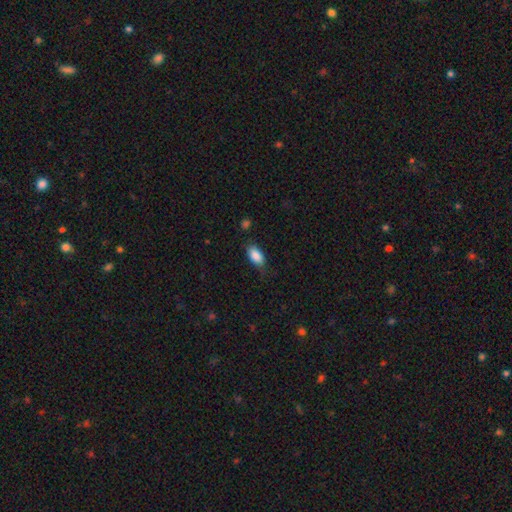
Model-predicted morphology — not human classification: Smooth or featured: smooth — 87% (star or artifact — 7%)
How rounded: in between — 92% (cigar-shaped — 4%)
Merging: none — 73% (minor disturbance — 20%)